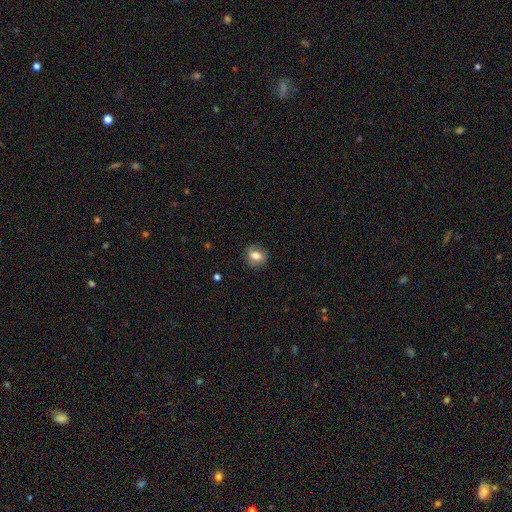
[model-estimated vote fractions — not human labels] smooth 72%, featured or disk 19%, star or artifact 9%. Down the decision tree: how rounded — round (57%); merging — none (79%).